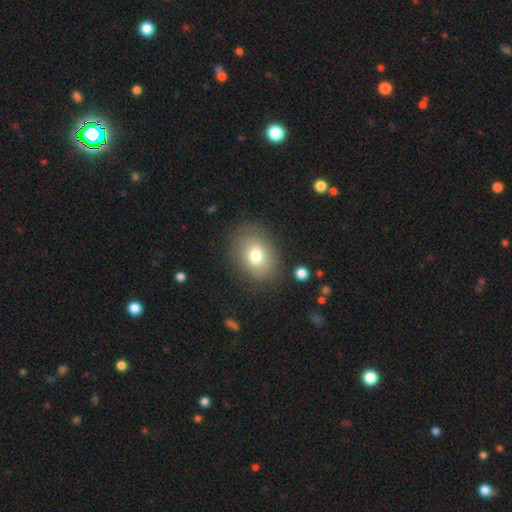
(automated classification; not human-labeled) This appears to be a smooth galaxy with no disk features (75%) that is in between round and cigar-shaped (63%). Merging: none (81%).